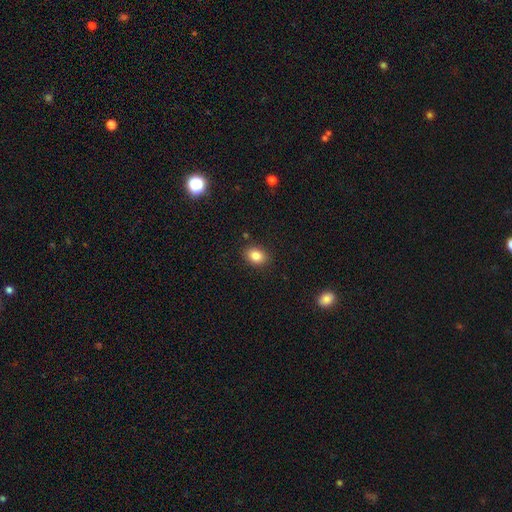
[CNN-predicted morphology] Q: Smooth or featured?
A: smooth (84%); runner-up: star or artifact (10%)
Q: How rounded?
A: in between (66%); runner-up: round (33%)
Q: Merging?
A: none (88%); runner-up: minor disturbance (8%)